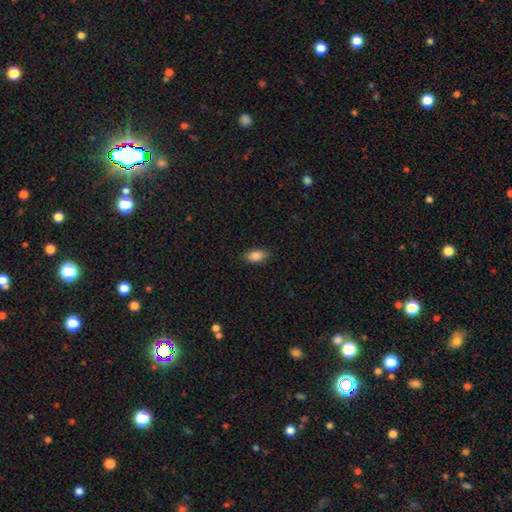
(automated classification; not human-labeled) Smooth or featured? Predicted: smooth (p=0.87). How rounded? Predicted: in between (p=0.90). Merging? Predicted: none (p=0.85).